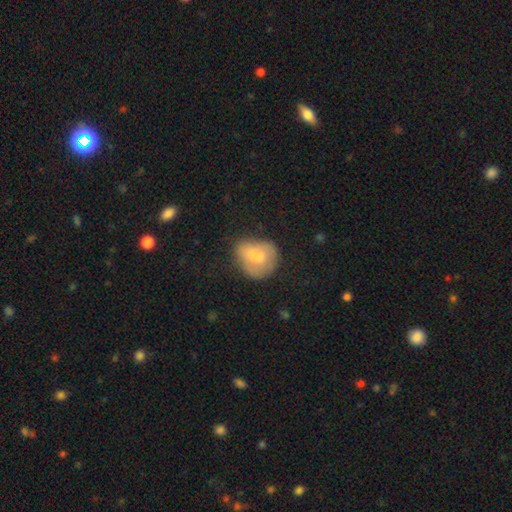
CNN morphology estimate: Smooth or featured: smooth — 68% (featured or disk — 25%)
How rounded: round — 53% (in between — 46%)
Merging: none — 47% (minor disturbance — 30%)